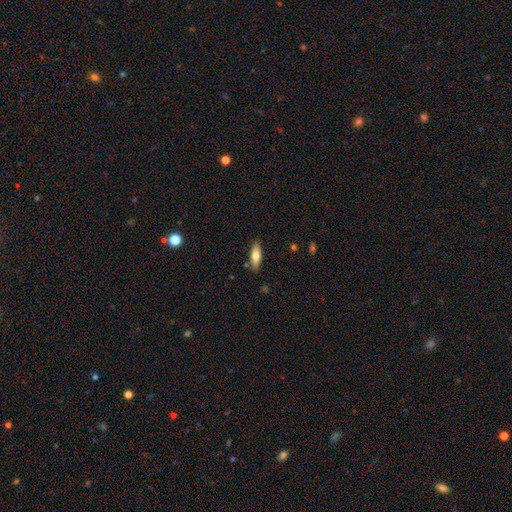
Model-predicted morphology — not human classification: smooth-or-featured: smooth: 69% | featured or disk: 25% | star or artifact: 6%
  how-rounded: in between: 52% | cigar-shaped: 45% | round: 2%
  merging: none: 86% | minor disturbance: 10% | merger: 2% | major disturbance: 2%